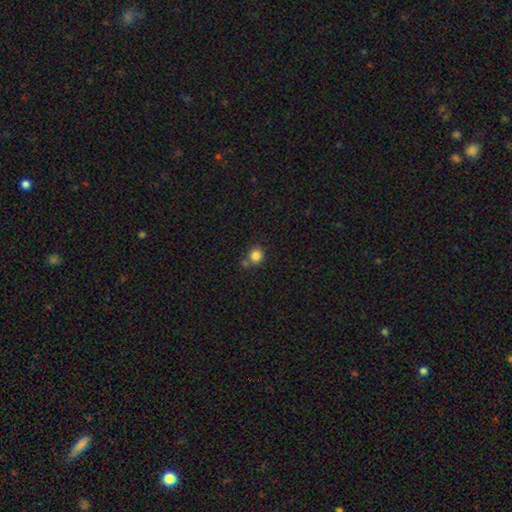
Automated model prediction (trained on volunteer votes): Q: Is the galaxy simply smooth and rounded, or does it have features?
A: smooth — 83%.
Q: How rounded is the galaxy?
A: round — 81%.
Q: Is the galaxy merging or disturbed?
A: none — 59%.